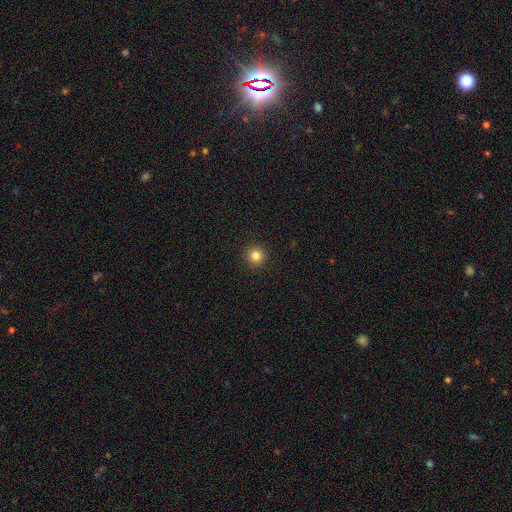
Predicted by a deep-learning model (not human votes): Smooth or featured? Predicted: smooth (p=0.83). How rounded? Predicted: round (p=0.95). Merging? Predicted: none (p=0.93).